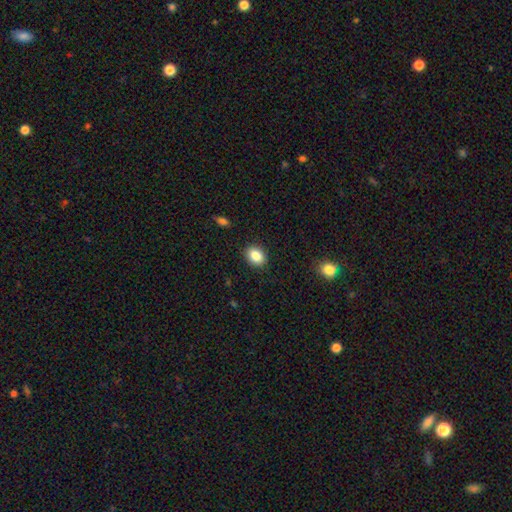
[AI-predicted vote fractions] smooth-or-featured: smooth: 86% | star or artifact: 9% | featured or disk: 5%
  how-rounded: in between: 58% | round: 41% | cigar-shaped: 1%
  merging: none: 89% | minor disturbance: 8% | major disturbance: 2% | merger: 1%